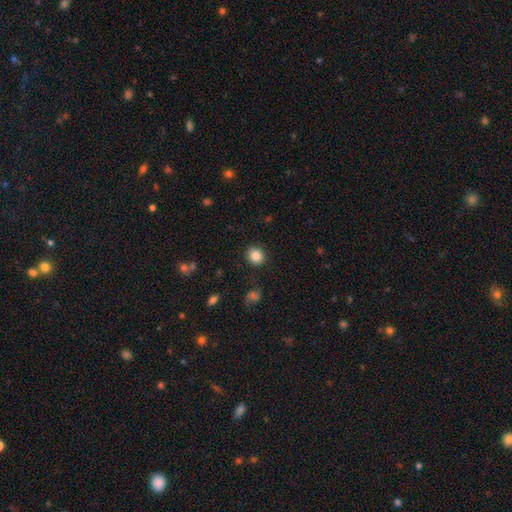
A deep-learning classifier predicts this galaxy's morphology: smooth_or_featured: smooth (p=0.85) [alt: star or artifact p=0.10]
how_rounded: round (p=0.85) [alt: in between p=0.14]
merging: none (p=0.90) [alt: minor disturbance p=0.07]